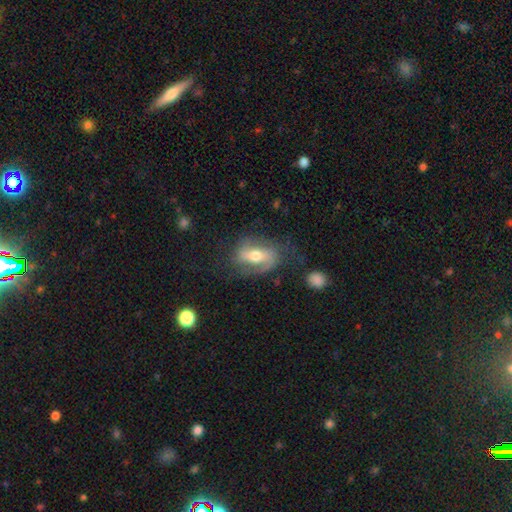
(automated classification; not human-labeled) Overall: featured or disk (71%). Edge-on disk: no (92%). Bar: strong (42%; weak 35%). Spiral arms: yes (85%). Spiral arm count: 2 (78%). Spiral winding: medium (42%; loose 38%). Bulge size: moderate (70%). Merging: none (61%; minor disturbance 21%).